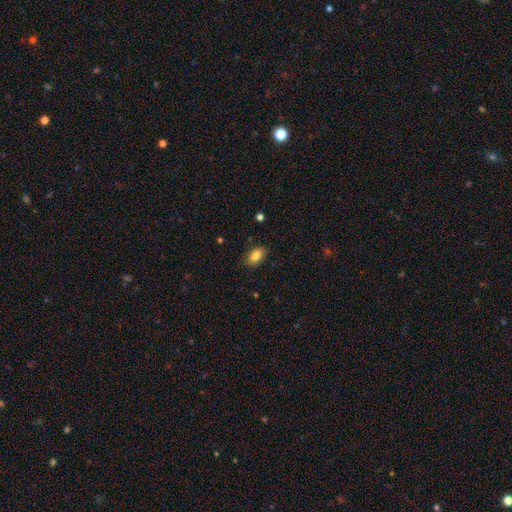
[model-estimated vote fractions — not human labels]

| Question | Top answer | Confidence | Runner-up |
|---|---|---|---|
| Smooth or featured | smooth | 84% | star or artifact (8%) |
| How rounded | in between | 90% | round (7%) |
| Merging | none | 83% | minor disturbance (13%) |